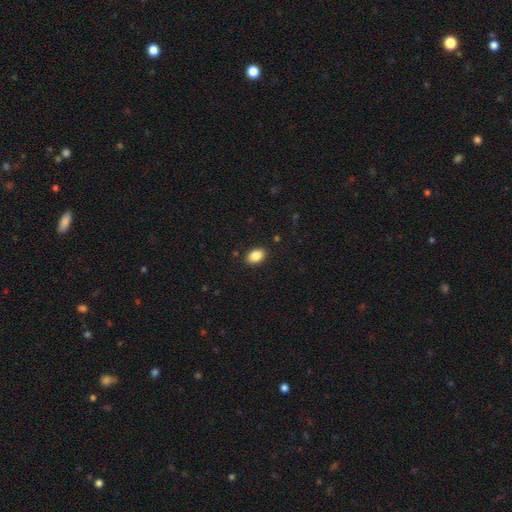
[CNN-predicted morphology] This appears to be a smooth galaxy with no disk features (86%) that is in between round and cigar-shaped (86%). Merging: none (88%).